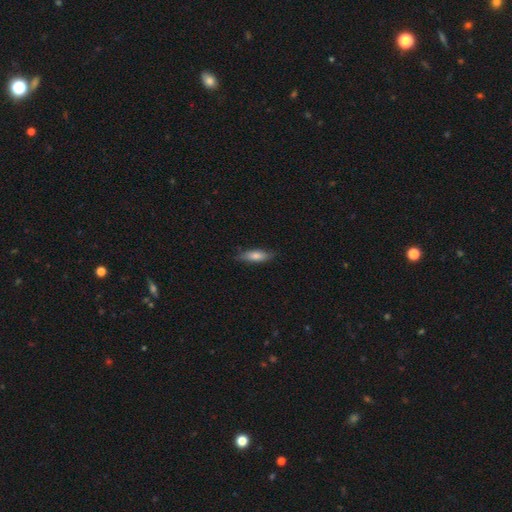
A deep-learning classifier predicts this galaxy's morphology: This appears to be a smooth galaxy with no disk features (69%) that is cigar-shaped (53%). Merging: none (82%).